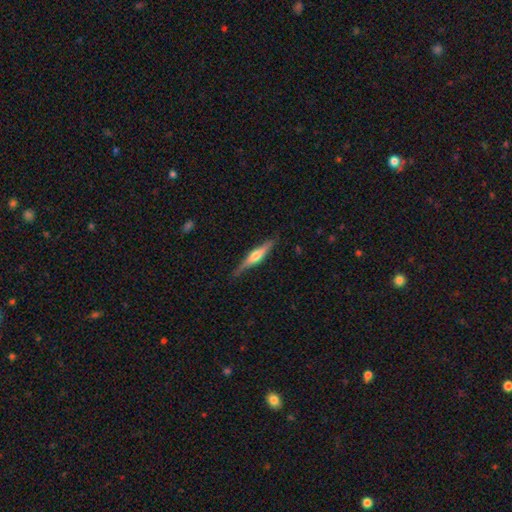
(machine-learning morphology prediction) featured or disk 63%, smooth 32%, star or artifact 5%. Down the decision tree: edge-on disk — yes (96%); edge-on bulge — rounded (83%); merging — none (82%).